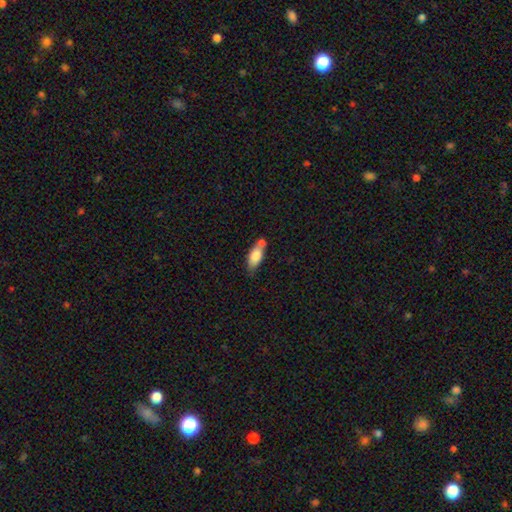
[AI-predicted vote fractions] smooth_or_featured: smooth (p=0.75) [alt: featured or disk p=0.18]
how_rounded: in between (p=0.77) [alt: cigar-shaped p=0.20]
merging: none (p=0.38) [alt: merger p=0.37]